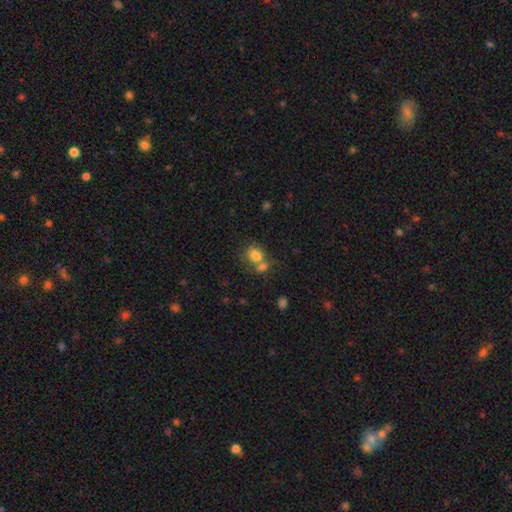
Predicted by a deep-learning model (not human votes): Morphology: type=smooth (80%); roundness=round (59%); merging=merger (45%).